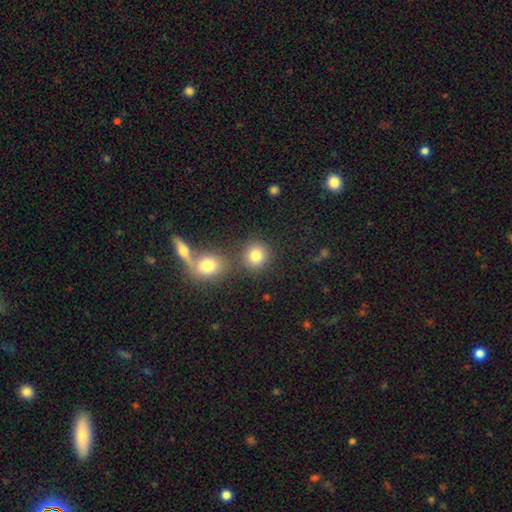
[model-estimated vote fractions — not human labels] A smooth galaxy with no disk features (82%) that is round (87%). Merging: none (71%).